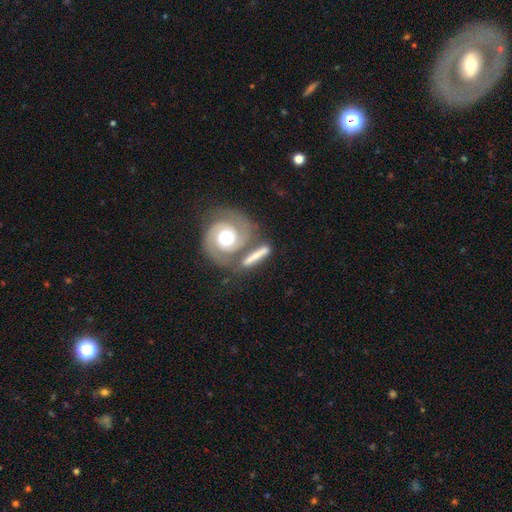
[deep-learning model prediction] Q: Smooth or featured?
A: featured or disk (61%); runner-up: smooth (34%)
Q: Edge-on disk?
A: no (84%); runner-up: yes (16%)
Q: Bar?
A: no (54%); runner-up: strong (23%)
Q: Spiral arms?
A: yes (89%); runner-up: no (11%)
Q: Bulge size?
A: moderate (60%); runner-up: large (21%)
Q: Merging?
A: none (54%); runner-up: merger (25%)